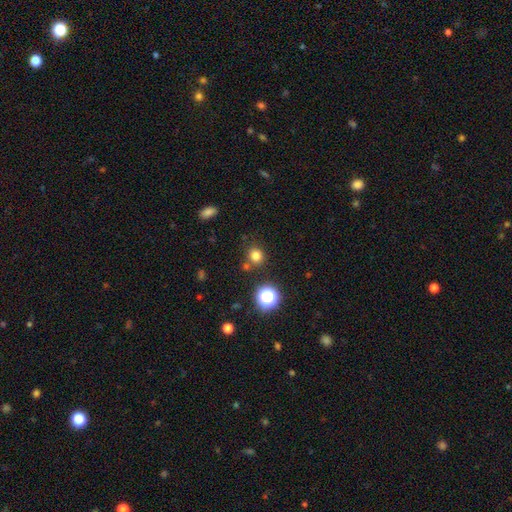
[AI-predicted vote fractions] Morphology: type=smooth (77%); roundness=round (85%); merging=none (79%).